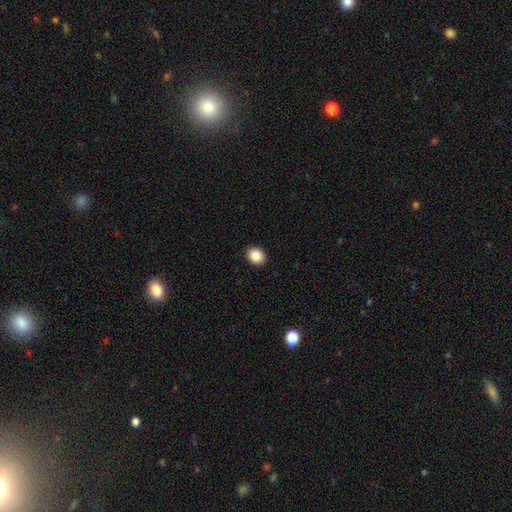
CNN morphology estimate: The model was most divided on "how rounded": round: 55%, in between: 44%, cigar-shaped: 1%. More confident: merging — none (91%); smooth or featured — smooth (87%).